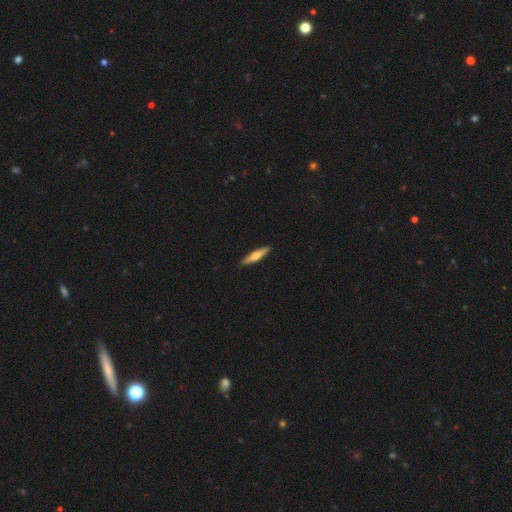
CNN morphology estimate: Smooth or featured? smooth (56%)
How rounded? cigar-shaped (85%)
Merging? none (90%)